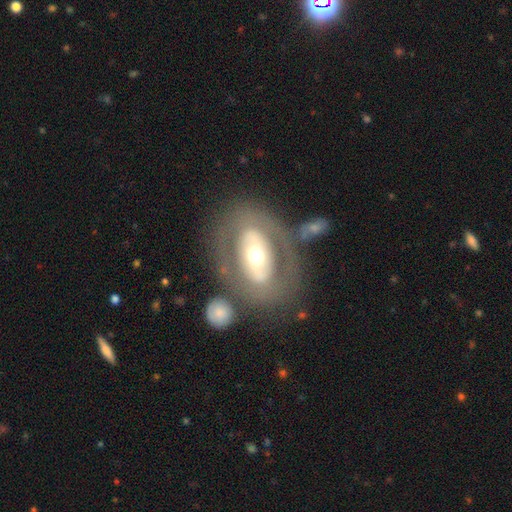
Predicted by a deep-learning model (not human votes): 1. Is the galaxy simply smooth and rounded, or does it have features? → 65% featured or disk, 30% smooth, 6% star or artifact.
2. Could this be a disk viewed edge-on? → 92% no, 8% yes.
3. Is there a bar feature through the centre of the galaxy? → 54% no, 25% strong, 22% weak.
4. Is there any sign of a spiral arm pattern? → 79% no, 21% yes.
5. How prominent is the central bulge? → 66% moderate, 20% small, 12% large, 2% dominant, 1% none.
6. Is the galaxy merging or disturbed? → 67% none, 14% minor disturbance, 11% major disturbance, 9% merger.